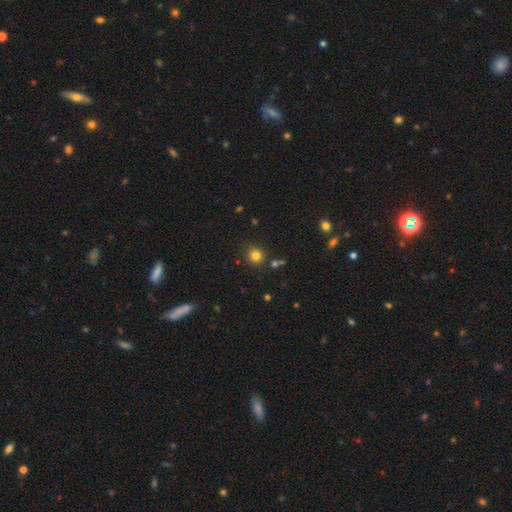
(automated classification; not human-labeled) smooth 80%, star or artifact 14%, featured or disk 6%. Down the decision tree: how rounded — round (92%); merging — none (85%).